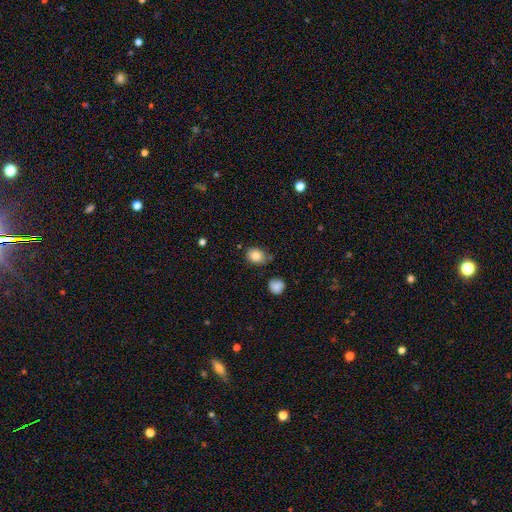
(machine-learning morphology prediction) smooth-or-featured: smooth: 83% | star or artifact: 9% | featured or disk: 8%
  how-rounded: in between: 61% | round: 38% | cigar-shaped: 1%
  merging: none: 73% | minor disturbance: 20% | merger: 4% | major disturbance: 4%